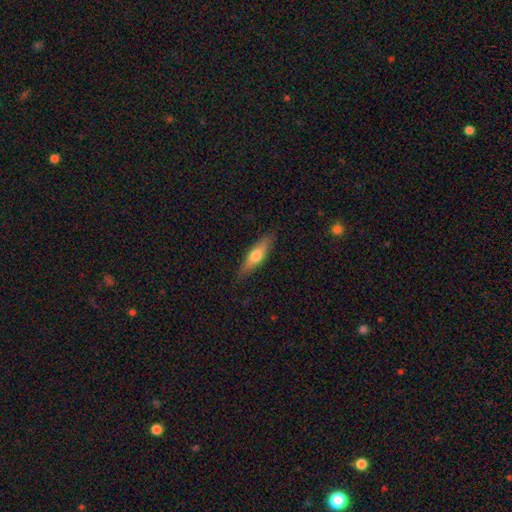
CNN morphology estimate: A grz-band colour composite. It shows a smooth galaxy with no disk features (57%) that is cigar-shaped (63%). Merging: none (86%).